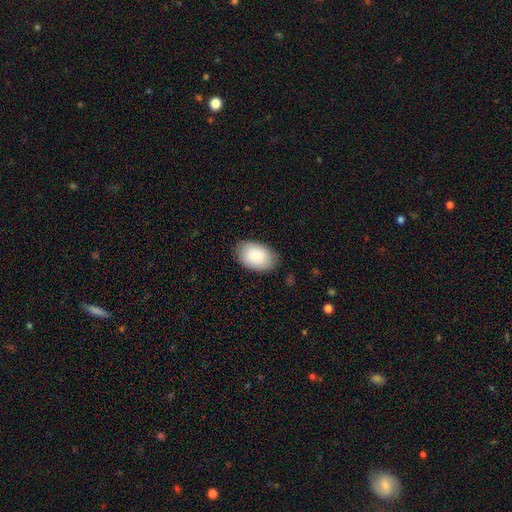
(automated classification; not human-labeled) A smooth galaxy with no disk features (88%) that is in between round and cigar-shaped (91%).

Vote fractions:
- Smooth or featured? smooth: 88% / featured or disk: 6% / star or artifact: 6%
- How rounded? in between: 91% / round: 8% / cigar-shaped: 1%
- Merging? none: 81% / minor disturbance: 15% / major disturbance: 3% / merger: 1%